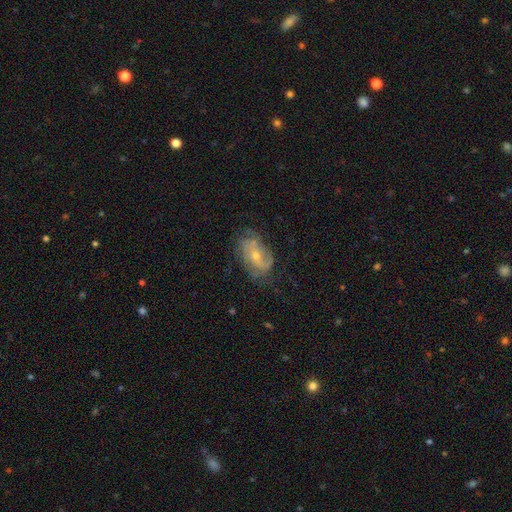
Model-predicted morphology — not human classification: Smooth or featured?
  - featured or disk: 70% *
  - smooth: 21%
  - star or artifact: 9%
Edge-on disk?
  - no: 95% *
  - yes: 5%
Bar?
  - no: 69% *
  - weak: 25%
  - strong: 6%
Spiral arms?
  - yes: 84% *
  - no: 16%
Spiral winding?
  - medium: 39% *
  - tight: 38%
  - loose: 23%
Spiral arm count?
  - 2: 37% *
  - can't tell: 36%
  - 3: 13%
  - 1: 6%
  - 4: 5%
  - more than 4: 4%
Bulge size?
  - small: 57% *
  - moderate: 39%
  - none: 1%
  - large: 1%
  - dominant: 1%
Merging?
  - none: 62% *
  - minor disturbance: 24%
  - major disturbance: 12%
  - merger: 2%